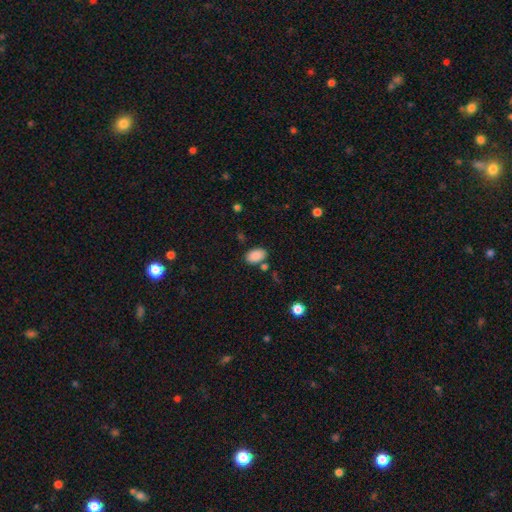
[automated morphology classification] The model was most divided on "merging": none: 77%, minor disturbance: 12%, merger: 8%, major disturbance: 3%. More confident: how rounded — in between (91%); smooth or featured — smooth (88%).